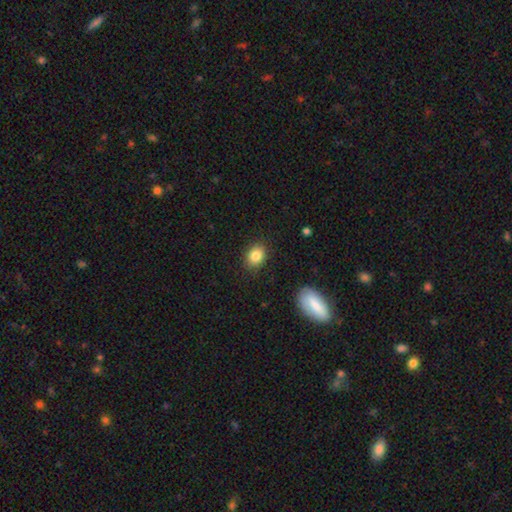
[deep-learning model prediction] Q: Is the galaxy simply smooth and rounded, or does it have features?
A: smooth — 85%.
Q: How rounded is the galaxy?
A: in between — 57%.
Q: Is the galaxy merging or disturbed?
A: none — 87%.